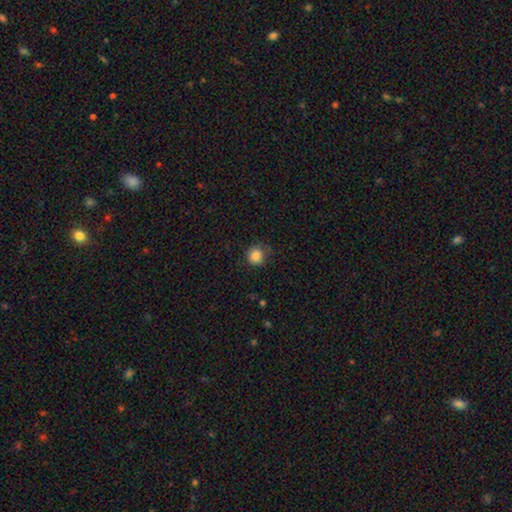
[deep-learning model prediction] Smooth or featured? Predicted: smooth (p=0.86). How rounded? Predicted: round (p=0.89). Merging? Predicted: none (p=0.77).